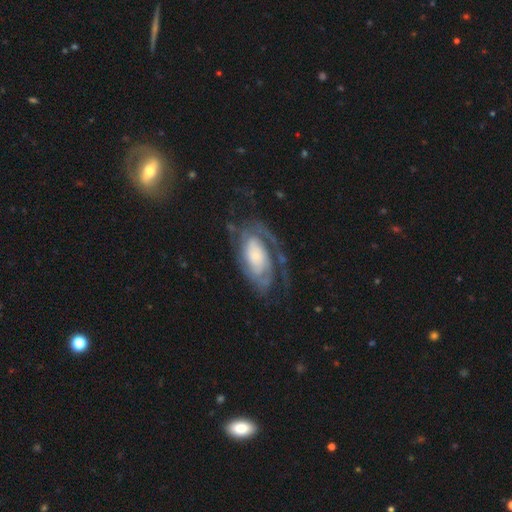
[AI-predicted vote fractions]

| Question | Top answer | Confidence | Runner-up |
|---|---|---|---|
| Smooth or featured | featured or disk | 82% | smooth (13%) |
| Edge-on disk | no | 95% | yes (5%) |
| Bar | no | 68% | weak (24%) |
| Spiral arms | yes | 93% | no (7%) |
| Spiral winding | tight | 52% | medium (34%) |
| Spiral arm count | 2 | 49% | can't tell (24%) |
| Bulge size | small | 40% | large (23%) |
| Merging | none | 56% | major disturbance (22%) |